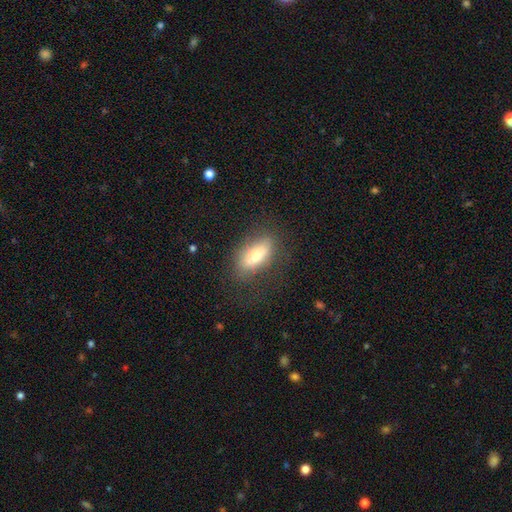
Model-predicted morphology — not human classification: This is likely a smooth galaxy (65%). How rounded: likely in between (71%). Merging: likely none (69%).